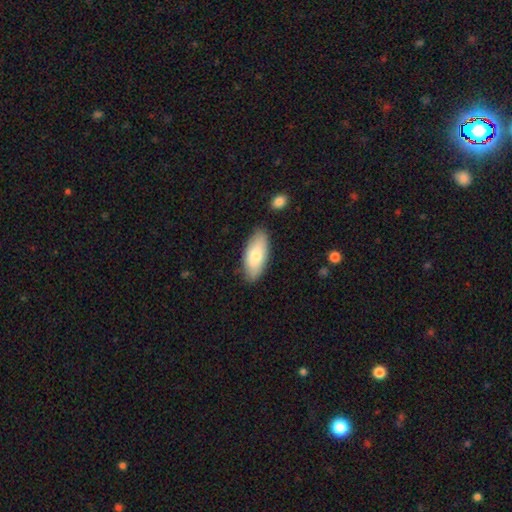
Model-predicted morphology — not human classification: Smooth or featured?
  - smooth: 76% *
  - featured or disk: 18%
  - star or artifact: 6%
How rounded?
  - in between: 86% *
  - cigar-shaped: 12%
  - round: 2%
Merging?
  - none: 83% *
  - minor disturbance: 12%
  - major disturbance: 2%
  - merger: 2%